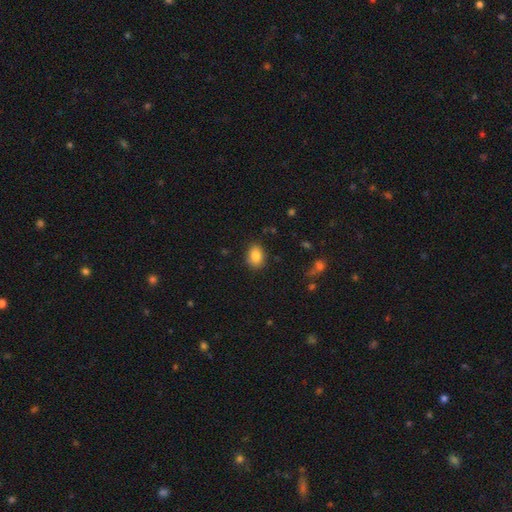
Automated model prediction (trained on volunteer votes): Morphology: type=smooth (85%); roundness=in between (71%); merging=none (85%).